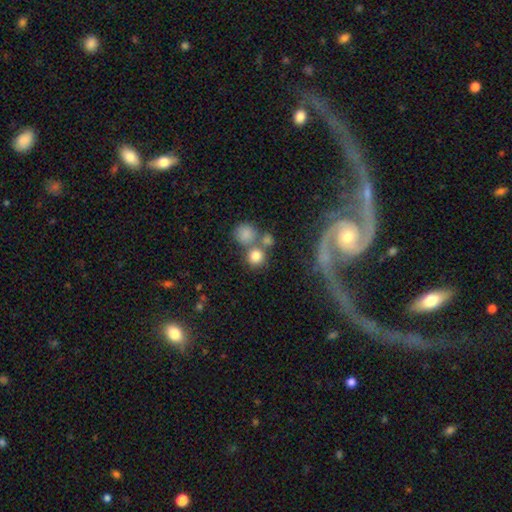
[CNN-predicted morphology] A smooth galaxy with no disk features (79%) that is round (88%).

Vote fractions:
- Smooth or featured? smooth: 79% / star or artifact: 13% / featured or disk: 8%
- How rounded? round: 88% / in between: 11% / cigar-shaped: 1%
- Merging? none: 55% / merger: 32% / minor disturbance: 9% / major disturbance: 5%